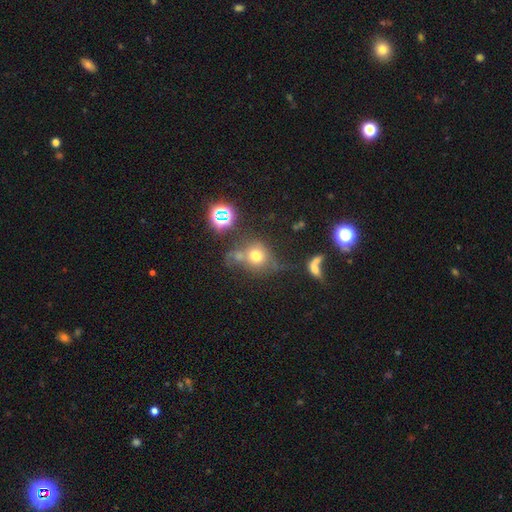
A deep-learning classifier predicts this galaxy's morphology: type=smooth (66%); roundness=round (79%); merging=none (45%).